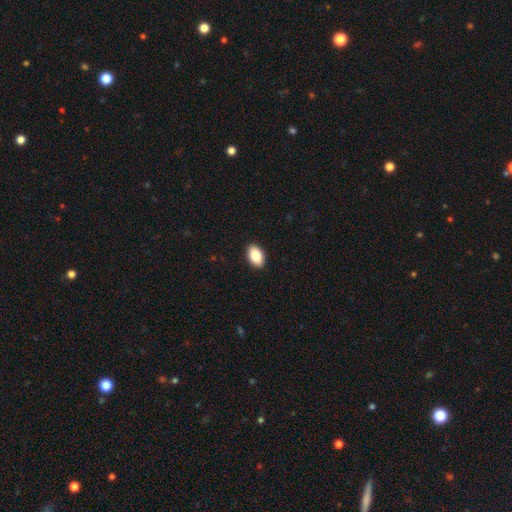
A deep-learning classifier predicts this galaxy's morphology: type=smooth (87%); roundness=in between (92%); merging=none (91%).